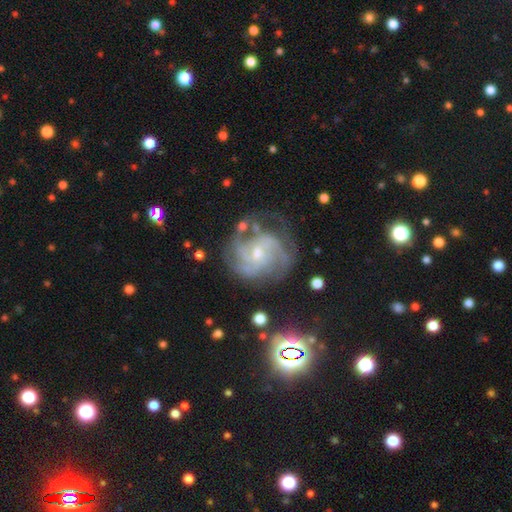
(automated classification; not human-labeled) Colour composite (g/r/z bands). It shows a featured or disk galaxy (85%) with no bar (59%), 3 (29%) tight (51%) spiral arms (95%) and a small central bulge (61%). Merging: none (64%).